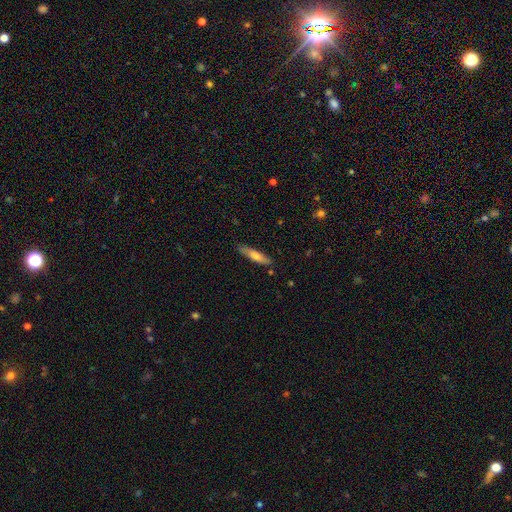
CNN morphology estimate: Smooth or featured? smooth (62%)
How rounded? cigar-shaped (83%)
Merging? none (84%)